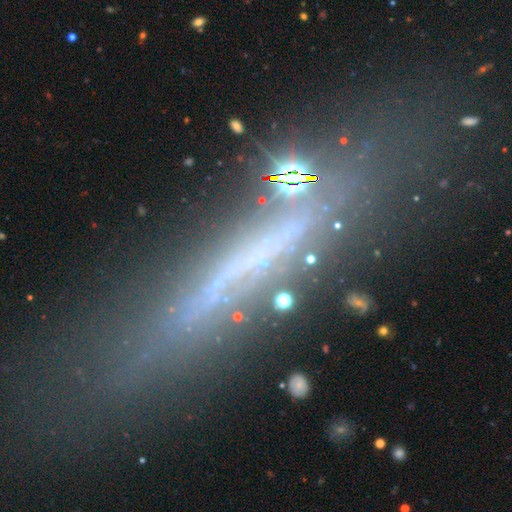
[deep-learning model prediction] Q: Smooth or featured?
A: featured or disk (59%); runner-up: smooth (25%)
Q: Edge-on disk?
A: yes (81%); runner-up: no (19%)
Q: Merging?
A: none (69%); runner-up: minor disturbance (18%)